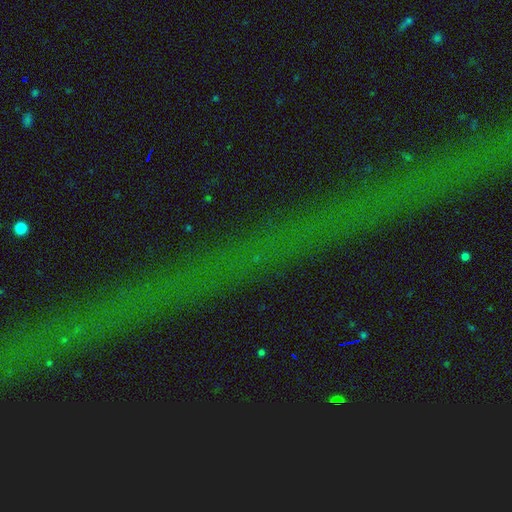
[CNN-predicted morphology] Overall: star or artifact (78%).